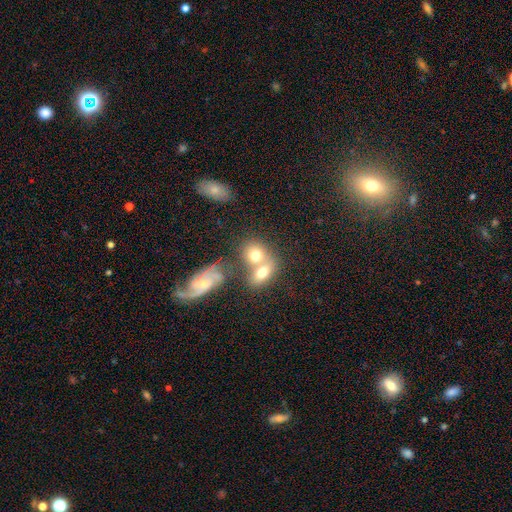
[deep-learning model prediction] The model was most divided on "how rounded": in between: 52%, round: 46%, cigar-shaped: 2%. More confident: smooth or featured — smooth (63%); merging — merger (53%).